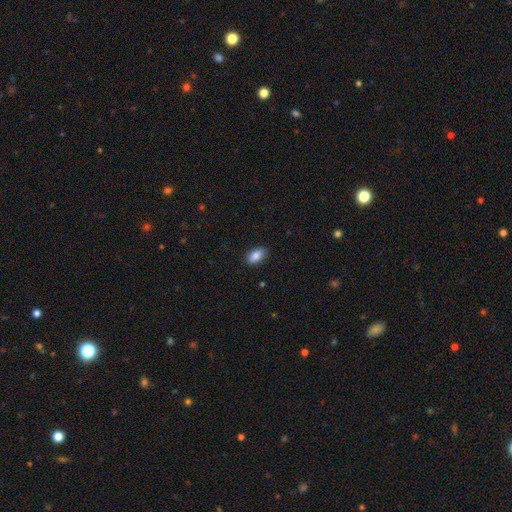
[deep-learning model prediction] Smooth or featured? smooth (84%)
How rounded? in between (91%)
Merging? none (88%)